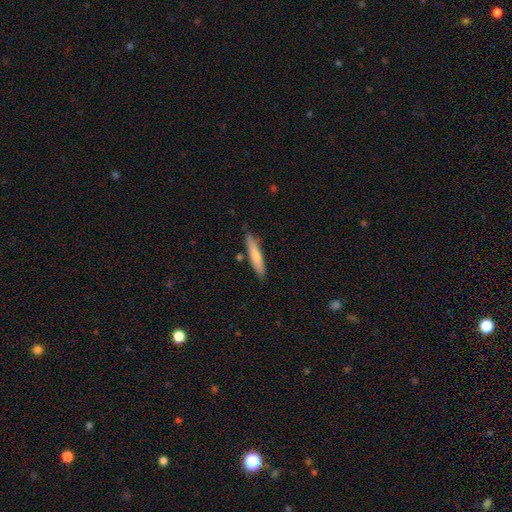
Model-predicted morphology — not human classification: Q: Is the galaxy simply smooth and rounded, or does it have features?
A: smooth — 73%.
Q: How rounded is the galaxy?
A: cigar-shaped — 89%.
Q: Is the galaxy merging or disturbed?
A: none — 81%.